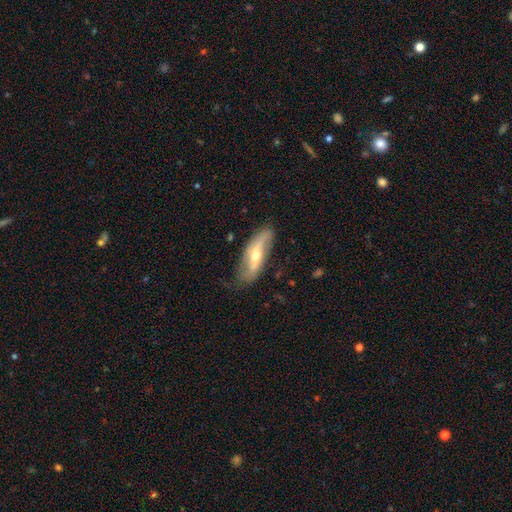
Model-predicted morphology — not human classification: A featured or disk galaxy (67%). Merging: none (67%).